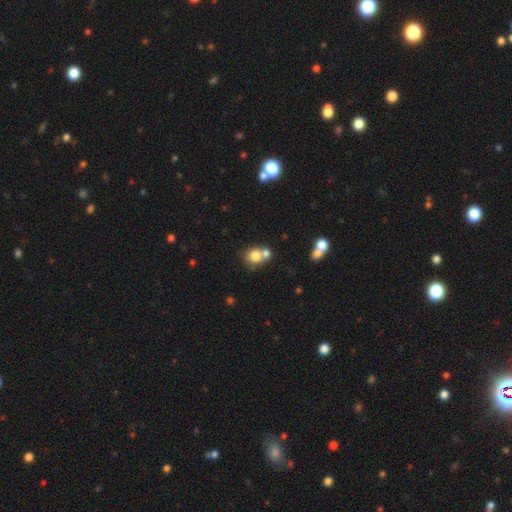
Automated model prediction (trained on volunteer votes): Smooth or featured? smooth (78%)
How rounded? round (78%)
Merging? merger (45%)